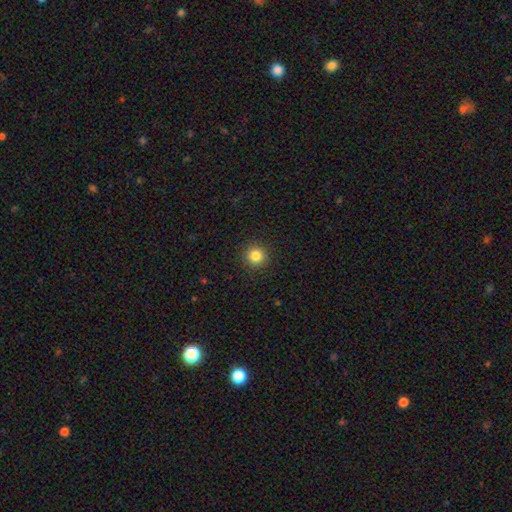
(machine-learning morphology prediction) Smooth or featured? Predicted: smooth (p=0.83). How rounded? Predicted: round (p=0.95). Merging? Predicted: none (p=0.92).